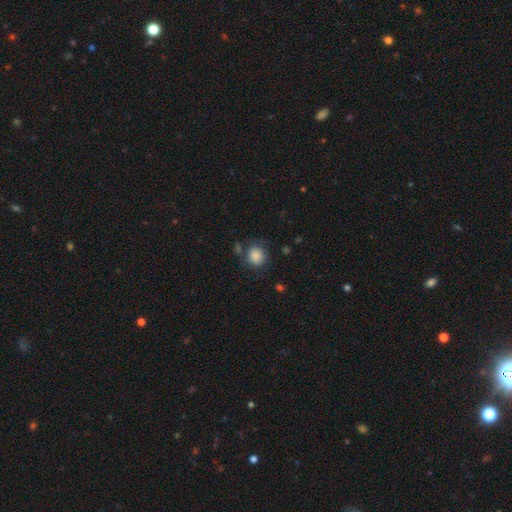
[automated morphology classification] The model was most divided on "merging": none: 72%, minor disturbance: 16%, major disturbance: 6%, merger: 6%. More confident: smooth or featured — smooth (86%); how rounded — round (81%).